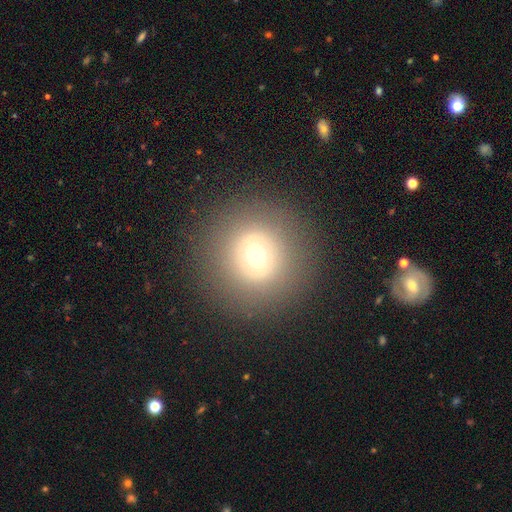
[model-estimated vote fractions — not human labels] Smooth or featured: smooth — 58% (featured or disk — 29%)
How rounded: round — 94% (in between — 5%)
Merging: none — 87% (minor disturbance — 7%)